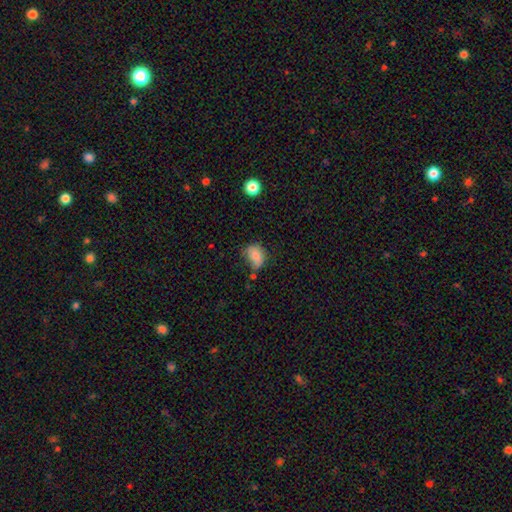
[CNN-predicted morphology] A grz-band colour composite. It shows a smooth galaxy with no disk features (77%) that is in between round and cigar-shaped (62%). Merging: none (47%).